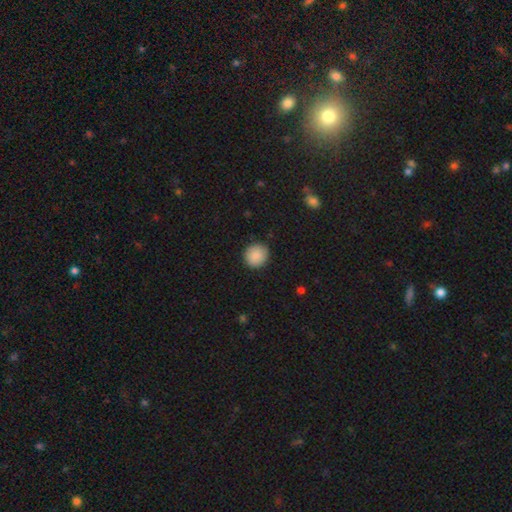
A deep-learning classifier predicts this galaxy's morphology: This appears to be a smooth galaxy with no disk features (89%) that is round (92%). Merging: none (90%).